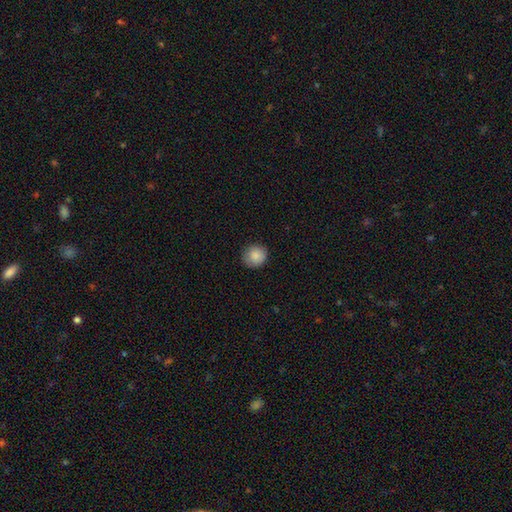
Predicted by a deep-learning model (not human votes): A smooth galaxy with no disk features (87%) that is round (89%). Merging: none (86%).